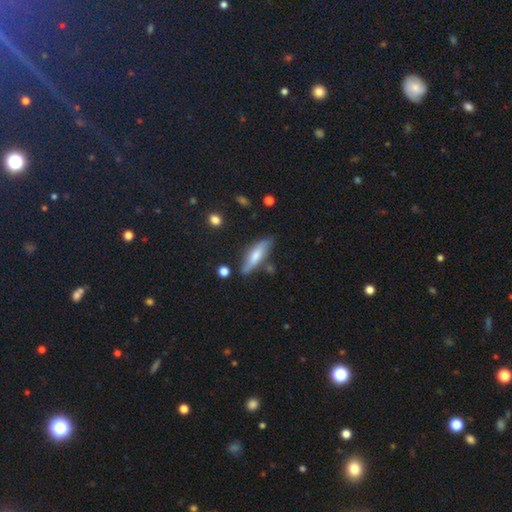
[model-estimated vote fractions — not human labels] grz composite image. It shows a smooth galaxy with no disk features (62%) that is cigar-shaped (61%). Merging: none (74%).